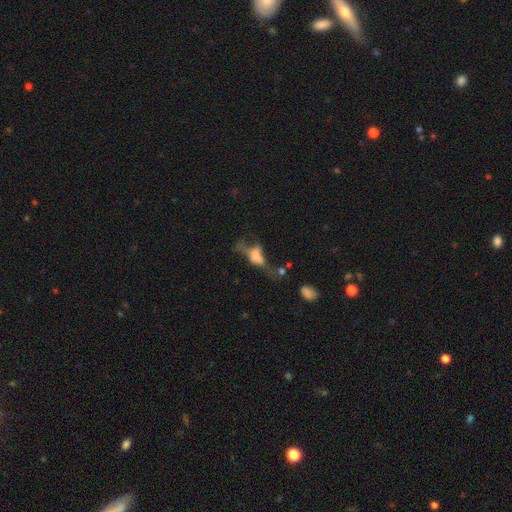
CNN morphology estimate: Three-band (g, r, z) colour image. It shows a featured or disk galaxy (43%, tied with smooth). Merging: major disturbance (43%).